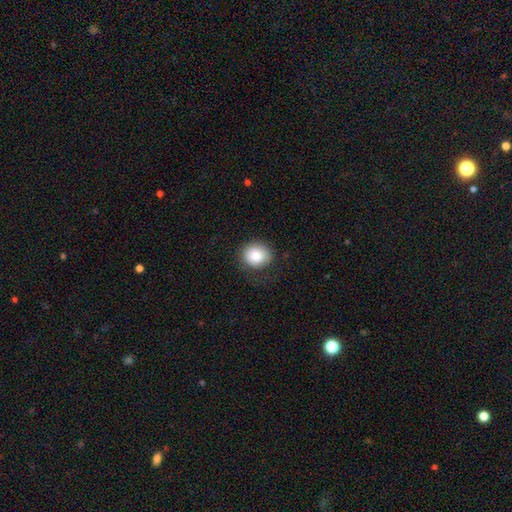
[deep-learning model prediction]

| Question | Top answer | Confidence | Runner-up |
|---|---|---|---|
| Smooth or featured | smooth | 84% | featured or disk (9%) |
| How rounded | round | 78% | in between (22%) |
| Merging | none | 76% | minor disturbance (16%) |